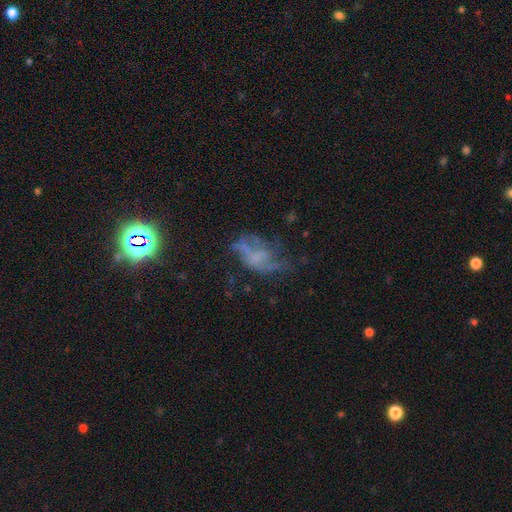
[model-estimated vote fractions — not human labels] smooth-or-featured: featured or disk: 53% | star or artifact: 25% | smooth: 22%
  disk-edge-on: no: 95% | yes: 5%
    bar: no: 82% | weak: 14% | strong: 4%
    has-spiral-arms: no: 69% | yes: 31%
    bulge-size: none: 75% | small: 13% | moderate: 8% | large: 3% | dominant: 1%
  merging: major disturbance: 39% | none: 36% | minor disturbance: 20% | merger: 5%